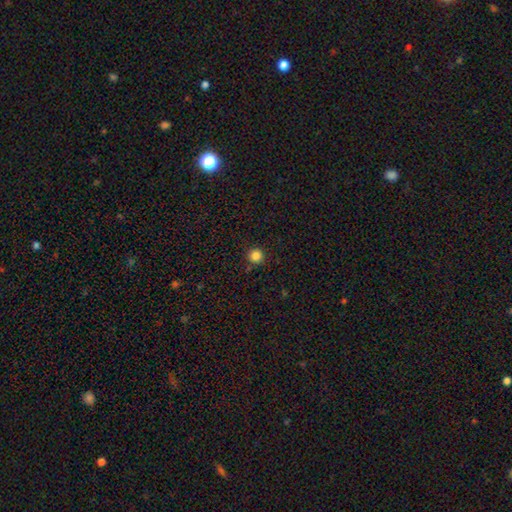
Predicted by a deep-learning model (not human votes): This is clearly a smooth galaxy (84%). How rounded: clearly round (95%). Merging: clearly none (90%).